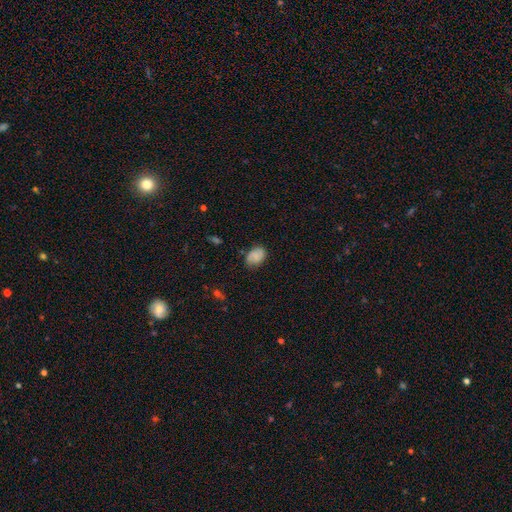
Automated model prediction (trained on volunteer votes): This is likely a smooth galaxy (71%). How rounded: likely in between (75%). Merging: likely none (72%).